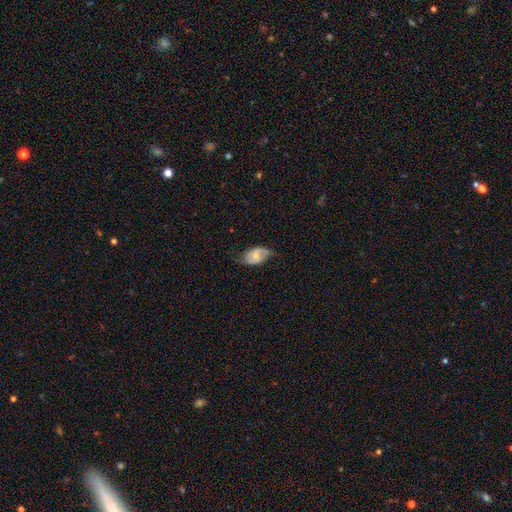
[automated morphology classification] The model was most divided on "bulge size": moderate: 47%, small: 45%, none: 4%, large: 3%, dominant: 1%. Remaining: edge-on disk — no (95%); spiral arms — yes (82%); merging — none (61%); smooth or featured — featured or disk (59%); bar — no (49%).